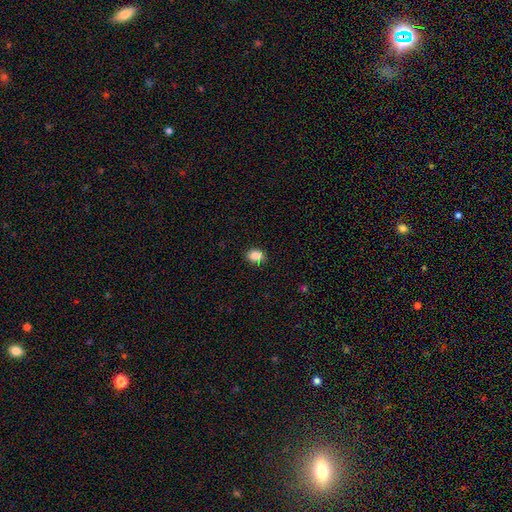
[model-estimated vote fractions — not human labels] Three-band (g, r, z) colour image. It shows a smooth galaxy with no disk features (84%) that is in between round and cigar-shaped (50%). Merging: none (84%).